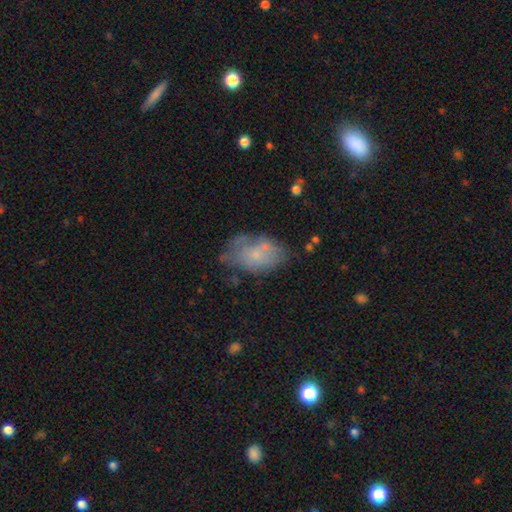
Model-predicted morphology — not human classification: Smooth or featured: smooth — 57% (featured or disk — 33%)
How rounded: in between — 88% (round — 10%)
Merging: none — 42% (minor disturbance — 31%)